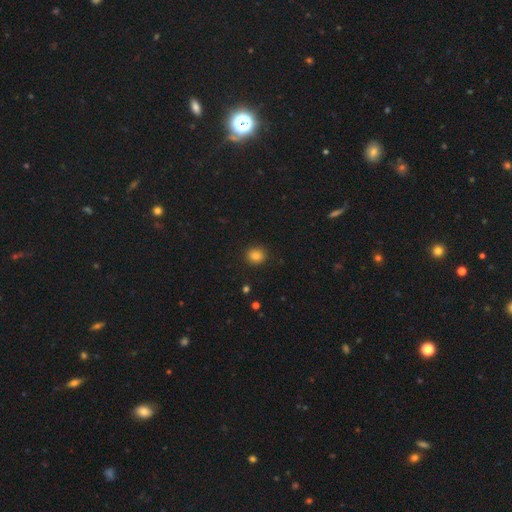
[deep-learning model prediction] Smooth or featured? smooth (83%)
How rounded? round (84%)
Merging? none (91%)